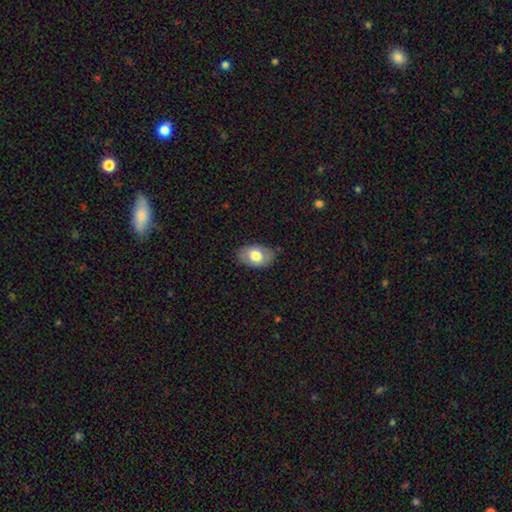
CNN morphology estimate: Smooth or featured? Predicted: smooth (p=0.68). How rounded? Predicted: in between (p=0.89). Merging? Predicted: none (p=0.81).